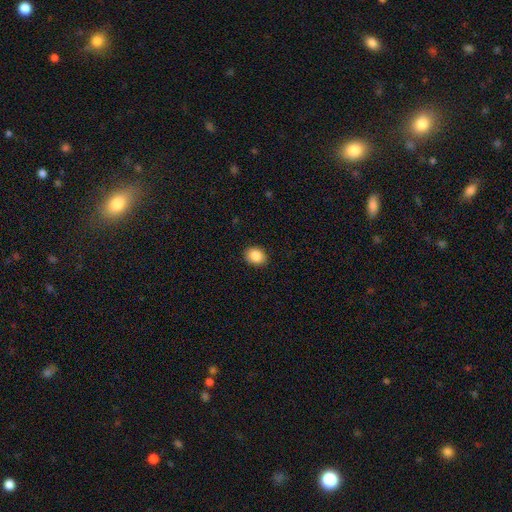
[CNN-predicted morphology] smooth-or-featured: smooth: 87% | star or artifact: 8% | featured or disk: 5%
  how-rounded: in between: 53% | round: 46% | cigar-shaped: 1%
  merging: none: 90% | minor disturbance: 7% | major disturbance: 2% | merger: 1%